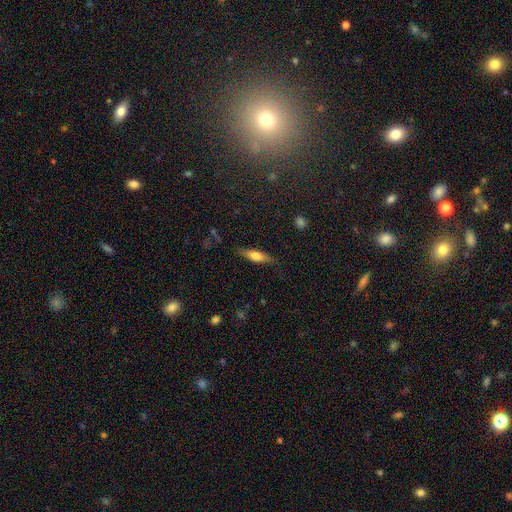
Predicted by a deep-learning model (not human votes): smooth-or-featured: smooth: 51% | featured or disk: 42% | star or artifact: 7%
  how-rounded: cigar-shaped: 58% | in between: 39% | round: 3%
  merging: none: 80% | minor disturbance: 15% | major disturbance: 4% | merger: 1%